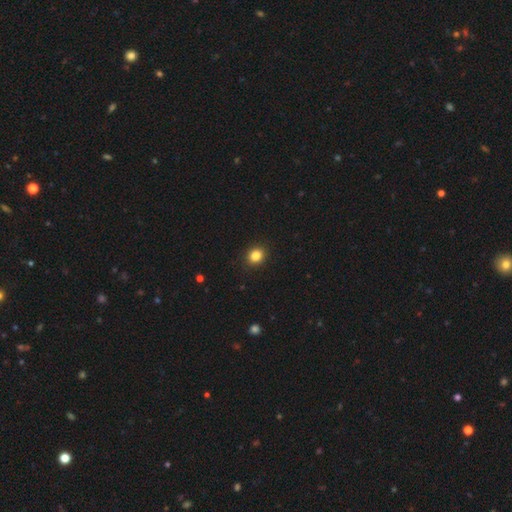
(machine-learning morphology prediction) A smooth galaxy with no disk features (85%) that is round (63%). Merging: none (90%).